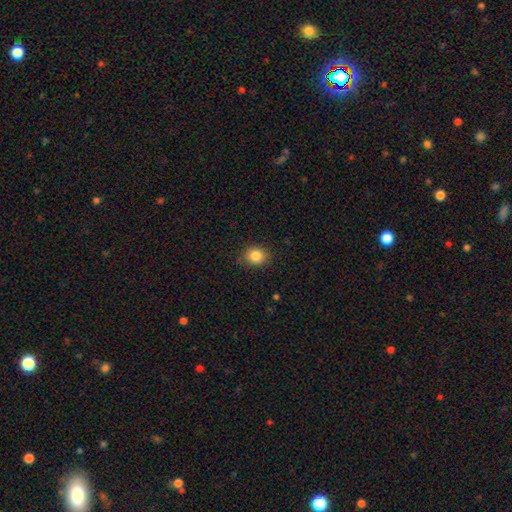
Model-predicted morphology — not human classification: smooth_or_featured: smooth (p=0.85) [alt: star or artifact p=0.10]
how_rounded: round (p=0.76) [alt: in between p=0.23]
merging: none (p=0.85) [alt: minor disturbance p=0.11]